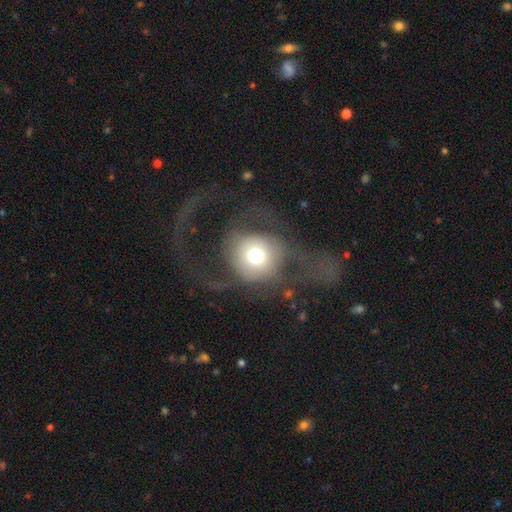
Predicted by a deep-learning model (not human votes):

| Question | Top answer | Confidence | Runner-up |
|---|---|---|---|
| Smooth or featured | smooth | 54% | featured or disk (34%) |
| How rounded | round | 88% | in between (11%) |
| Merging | major disturbance | 47% | none (37%) |